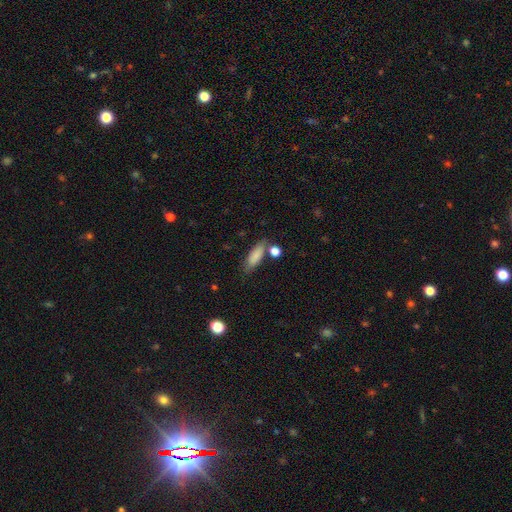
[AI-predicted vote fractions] Overall: smooth (85%). How rounded: in between (65%; cigar-shaped 32%). Merging: none (70%).